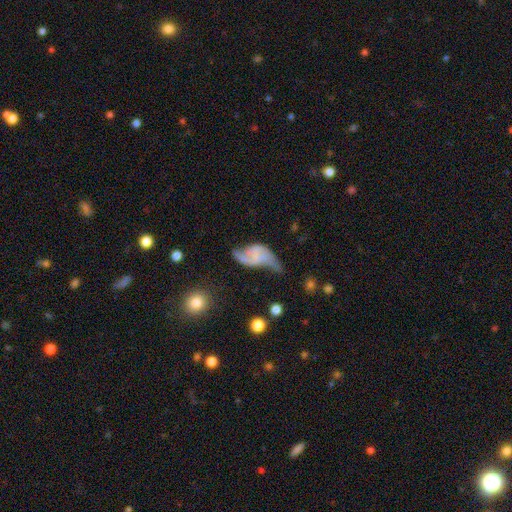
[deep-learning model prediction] A featured or disk galaxy (74%) with no bar (63%), 2 (87%) loose (78%) spiral arms (85%) and no central bulge (68%).

Vote fractions:
- Smooth or featured? featured or disk: 74% / smooth: 17% / star or artifact: 8%
- Edge-on disk? no: 96% / yes: 4%
- Bar? no: 63% / weak: 28% / strong: 10%
- Spiral arms? yes: 85% / no: 15%
- Spiral winding? loose: 78% / medium: 16% / tight: 5%
- Spiral arm count? 2: 87% / can't tell: 4% / 1: 4% / 3: 2% / 4: 1% / more than 4: 1%
- Bulge size? none: 68% / small: 22% / moderate: 7% / large: 2% / dominant: 2%
- Merging? none: 34% / major disturbance: 32% / minor disturbance: 27% / merger: 7%